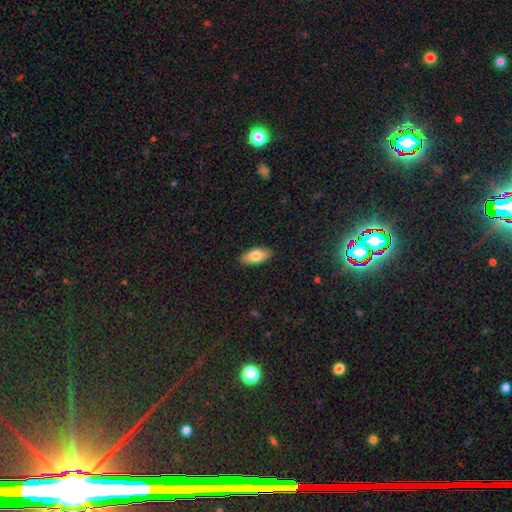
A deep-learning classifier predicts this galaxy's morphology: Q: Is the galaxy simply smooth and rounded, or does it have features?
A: smooth — 79%.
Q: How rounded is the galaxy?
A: in between — 88%.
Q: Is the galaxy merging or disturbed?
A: none — 88%.